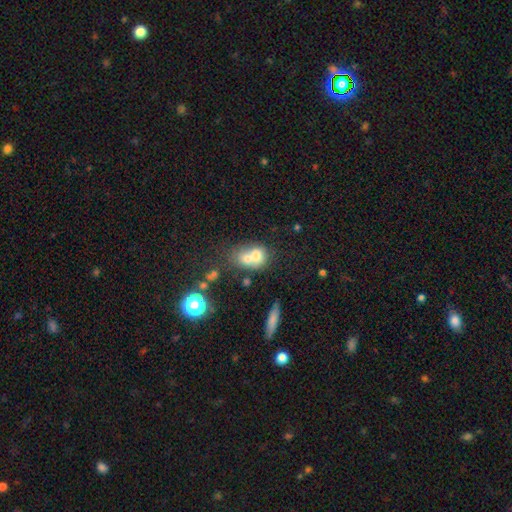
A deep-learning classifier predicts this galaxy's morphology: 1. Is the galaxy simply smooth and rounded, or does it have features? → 68% smooth, 21% featured or disk, 11% star or artifact.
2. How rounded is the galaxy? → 50% round, 48% in between, 1% cigar-shaped.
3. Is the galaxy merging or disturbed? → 71% merger, 18% none, 7% minor disturbance, 4% major disturbance.